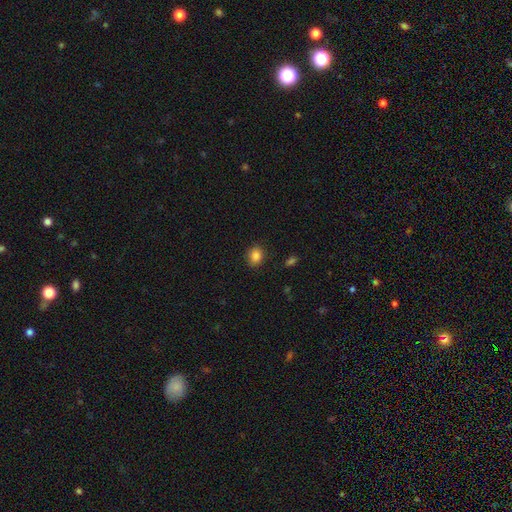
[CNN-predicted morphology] Smooth or featured?
  - smooth: 86% *
  - star or artifact: 10%
  - featured or disk: 4%
How rounded?
  - round: 55% *
  - in between: 44%
  - cigar-shaped: 1%
Merging?
  - none: 86% *
  - minor disturbance: 10%
  - major disturbance: 3%
  - merger: 1%